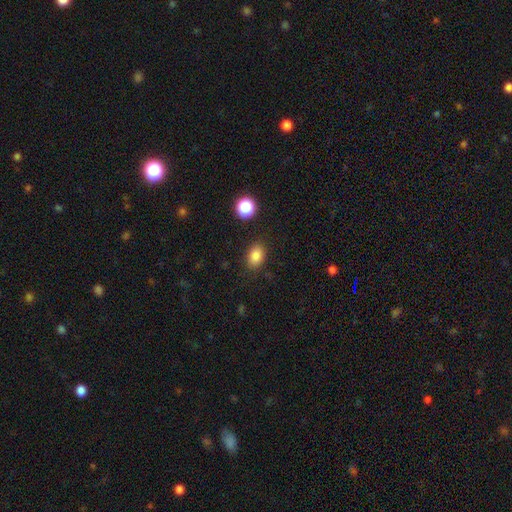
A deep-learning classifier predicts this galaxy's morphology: Smooth or featured? smooth (85%)
How rounded? in between (76%)
Merging? none (85%)